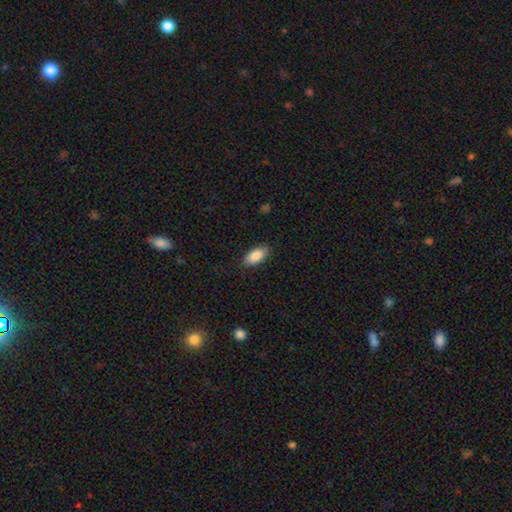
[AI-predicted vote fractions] Smooth or featured? Predicted: smooth (p=0.87). How rounded? Predicted: in between (p=0.91). Merging? Predicted: none (p=0.84).